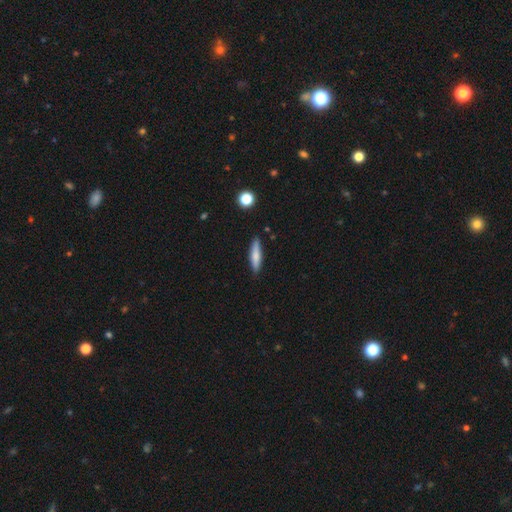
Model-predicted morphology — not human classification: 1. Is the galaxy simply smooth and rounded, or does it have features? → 73% smooth, 21% featured or disk, 6% star or artifact.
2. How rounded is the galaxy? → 79% cigar-shaped, 19% in between, 2% round.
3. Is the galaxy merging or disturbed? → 86% none, 10% minor disturbance, 2% major disturbance, 2% merger.